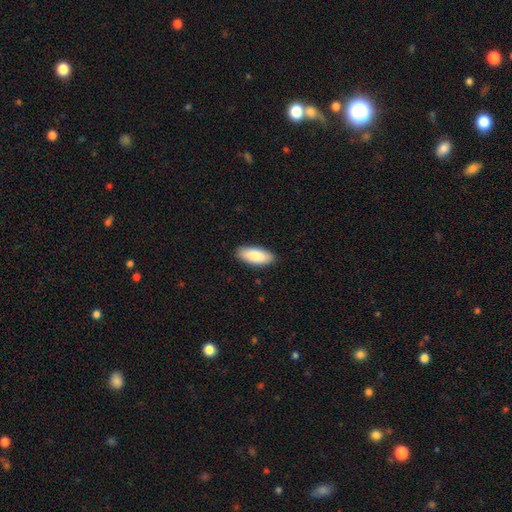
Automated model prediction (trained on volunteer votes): smooth_or_featured: smooth (p=0.87) [alt: featured or disk p=0.08]
how_rounded: in between (p=0.83) [alt: cigar-shaped p=0.15]
merging: none (p=0.89) [alt: minor disturbance p=0.08]